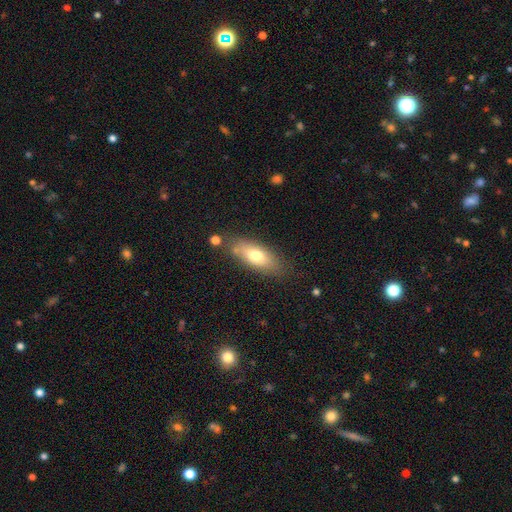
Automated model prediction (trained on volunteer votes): Smooth or featured? Predicted: smooth (p=0.70). How rounded? Predicted: in between (p=0.75). Merging? Predicted: none (p=0.74).